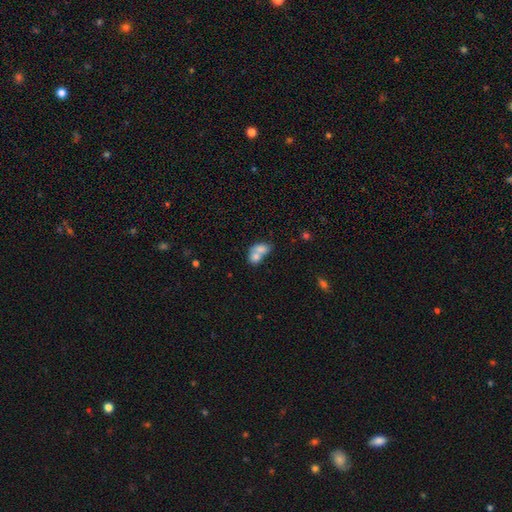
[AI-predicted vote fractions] Smooth or featured?
  - smooth: 71% *
  - featured or disk: 20%
  - star or artifact: 9%
How rounded?
  - in between: 64% *
  - round: 34%
  - cigar-shaped: 2%
Merging?
  - merger: 75% *
  - none: 16%
  - minor disturbance: 6%
  - major disturbance: 4%